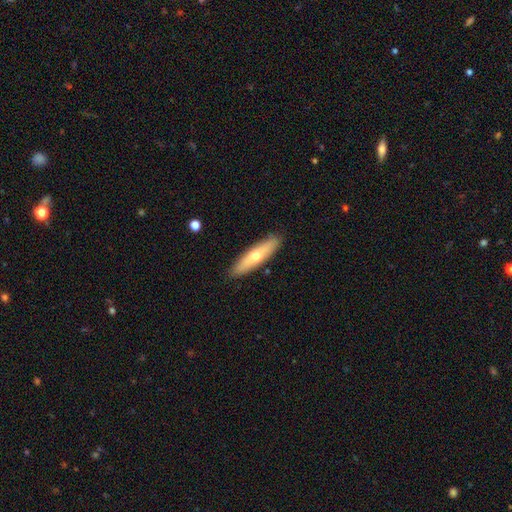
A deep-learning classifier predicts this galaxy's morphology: Smooth or featured?
  - smooth: 56% *
  - featured or disk: 38%
  - star or artifact: 6%
How rounded?
  - cigar-shaped: 73% *
  - in between: 26%
  - round: 2%
Merging?
  - none: 89% *
  - minor disturbance: 8%
  - major disturbance: 2%
  - merger: 1%